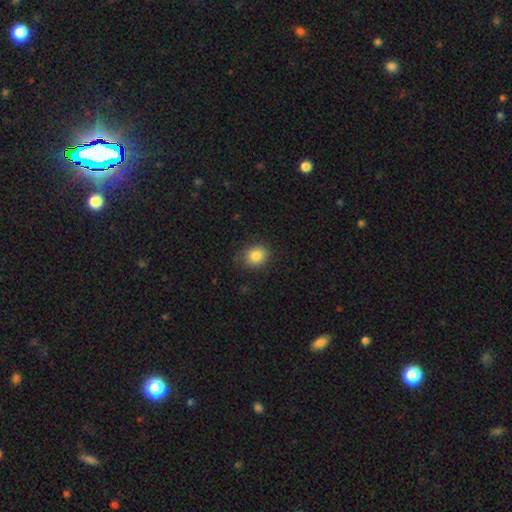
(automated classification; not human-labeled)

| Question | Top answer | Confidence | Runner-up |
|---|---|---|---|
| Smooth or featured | smooth | 84% | star or artifact (10%) |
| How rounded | round | 62% | in between (37%) |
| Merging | none | 79% | minor disturbance (16%) |